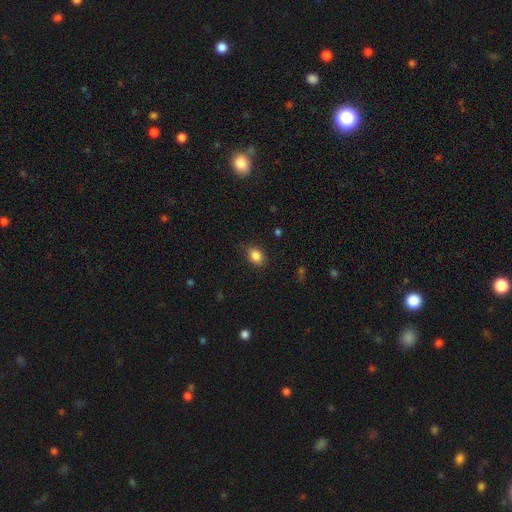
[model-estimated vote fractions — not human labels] Smooth or featured? smooth (85%)
How rounded? in between (67%)
Merging? none (80%)